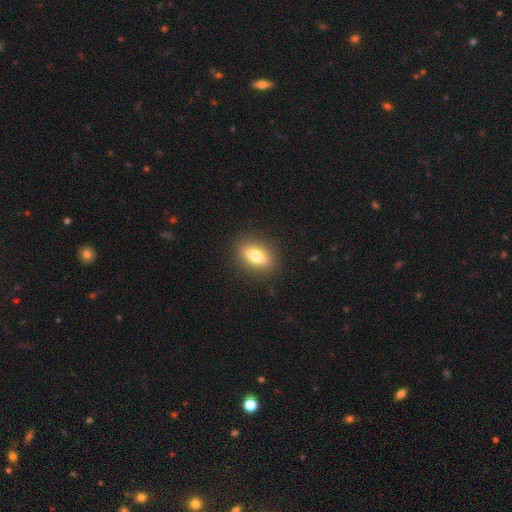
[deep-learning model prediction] Morphology: type=smooth (50%); roundness=in between (52%); merging=none (87%).